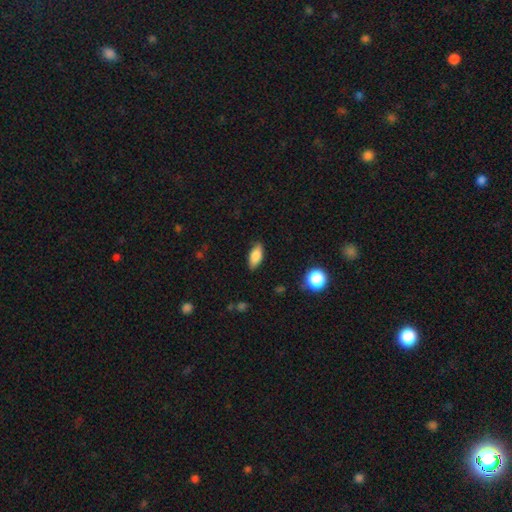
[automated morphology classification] type=smooth (83%); roundness=in between (84%); merging=none (84%).